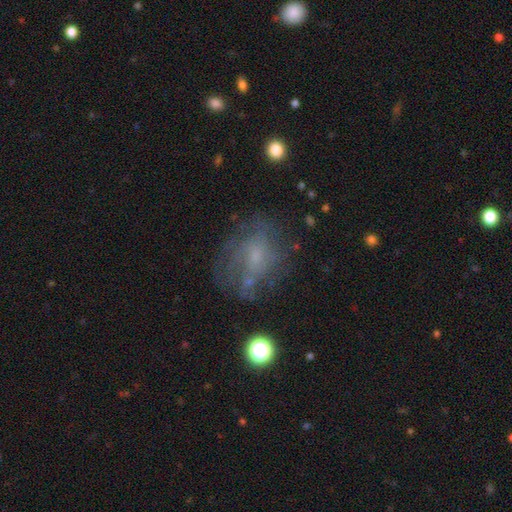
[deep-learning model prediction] smooth_or_featured: featured or disk (p=0.50) [alt: smooth p=0.35]
merging: none (p=0.56) [alt: minor disturbance p=0.21]